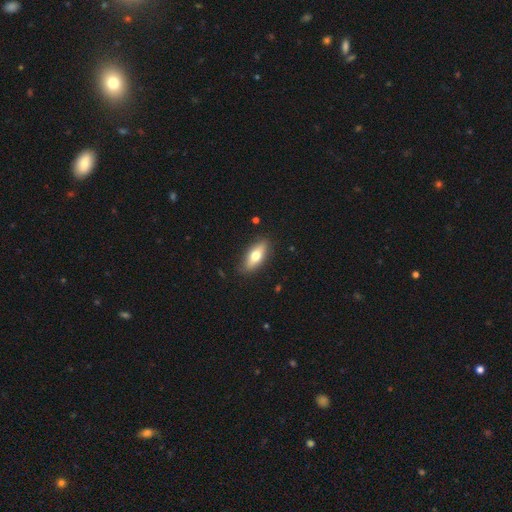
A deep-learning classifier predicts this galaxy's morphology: This is likely a smooth galaxy (63%). How rounded: likely in between (73%). Merging: clearly none (86%).